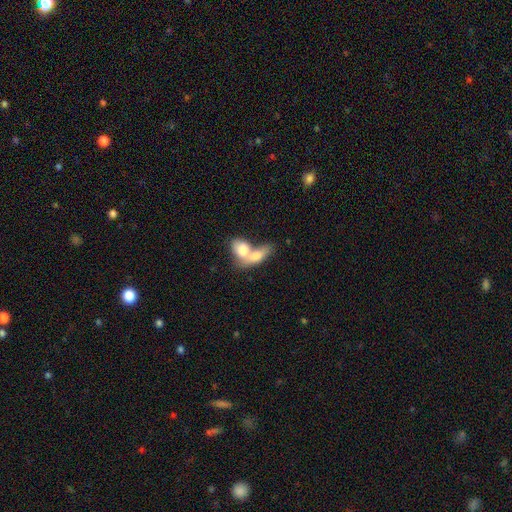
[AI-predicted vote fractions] smooth_or_featured: smooth (p=0.73) [alt: featured or disk p=0.21]
how_rounded: in between (p=0.79) [alt: round p=0.13]
merging: merger (p=0.77) [alt: none p=0.13]